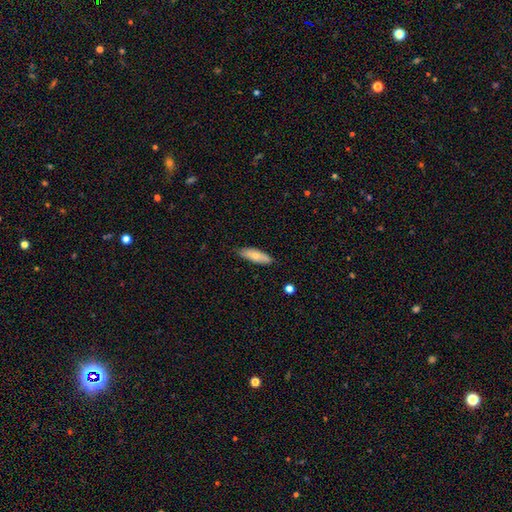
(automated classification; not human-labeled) Smooth or featured? Predicted: smooth (p=0.72). How rounded? Predicted: in between (p=0.56). Merging? Predicted: none (p=0.80).